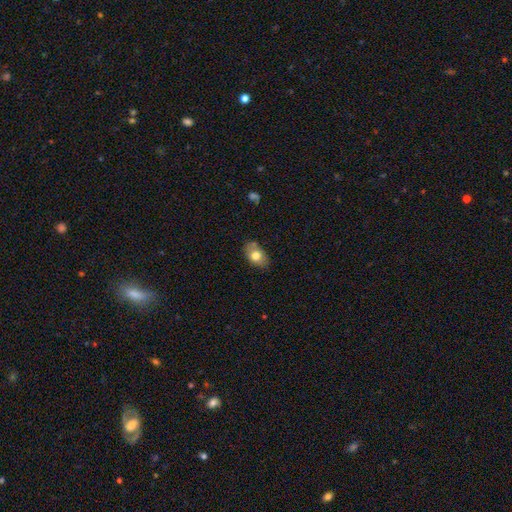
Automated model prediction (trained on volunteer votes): smooth_or_featured: smooth (p=0.72) [alt: featured or disk p=0.20]
how_rounded: in between (p=0.84) [alt: round p=0.15]
merging: none (p=0.72) [alt: minor disturbance p=0.21]